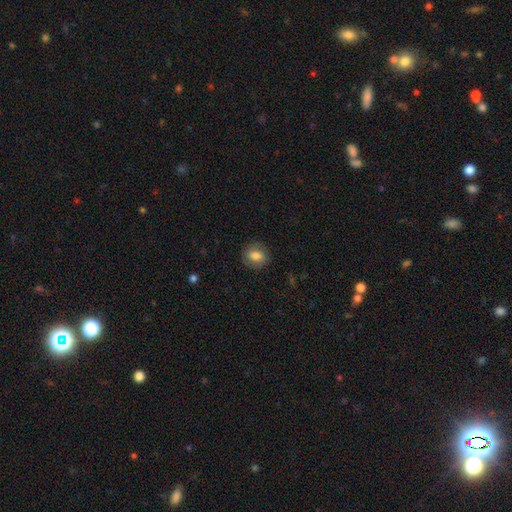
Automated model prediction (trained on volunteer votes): smooth 80%, featured or disk 11%, star or artifact 9%. Down the decision tree: how rounded — round (66%); merging — none (84%).